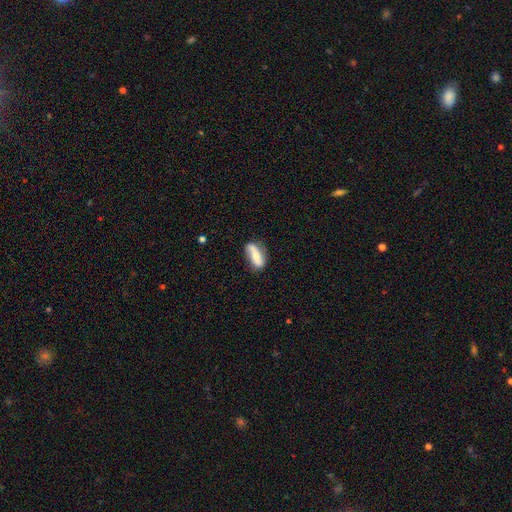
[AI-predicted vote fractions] A featured or disk galaxy (47%). Merging: none (65%).